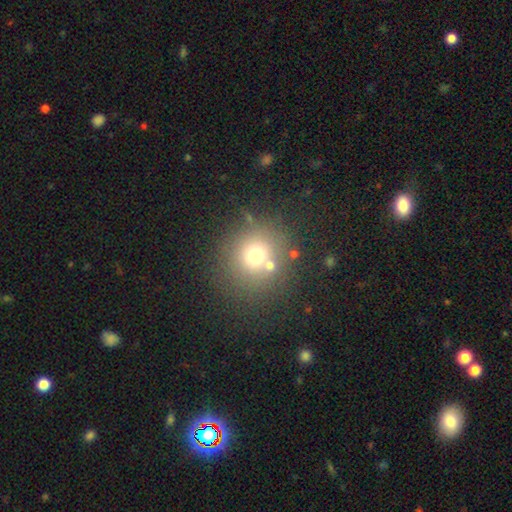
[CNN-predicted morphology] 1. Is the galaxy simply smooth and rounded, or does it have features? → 68% smooth, 18% star or artifact, 14% featured or disk.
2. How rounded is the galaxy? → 89% round, 10% in between, 1% cigar-shaped.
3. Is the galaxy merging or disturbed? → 73% none, 12% merger, 10% minor disturbance, 5% major disturbance.